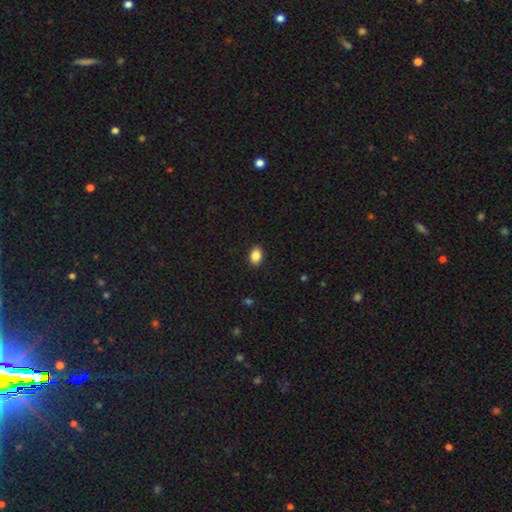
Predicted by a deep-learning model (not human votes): Q: Smooth or featured?
A: smooth (87%); runner-up: star or artifact (9%)
Q: How rounded?
A: in between (77%); runner-up: round (21%)
Q: Merging?
A: none (90%); runner-up: minor disturbance (7%)